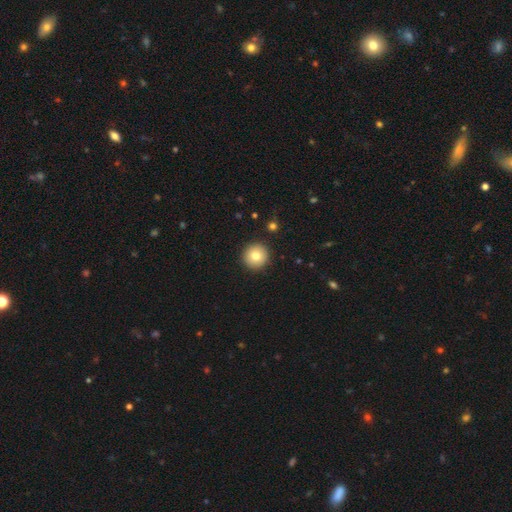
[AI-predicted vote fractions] Overall: smooth (78%). How rounded: round (95%). Merging: none (92%).